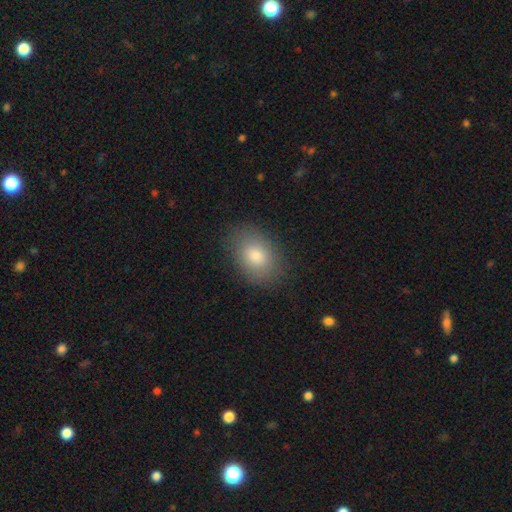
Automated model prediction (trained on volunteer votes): smooth-or-featured: smooth: 81% | featured or disk: 11% | star or artifact: 8%
  how-rounded: in between: 77% | round: 21% | cigar-shaped: 1%
  merging: none: 84% | minor disturbance: 12% | major disturbance: 3% | merger: 1%